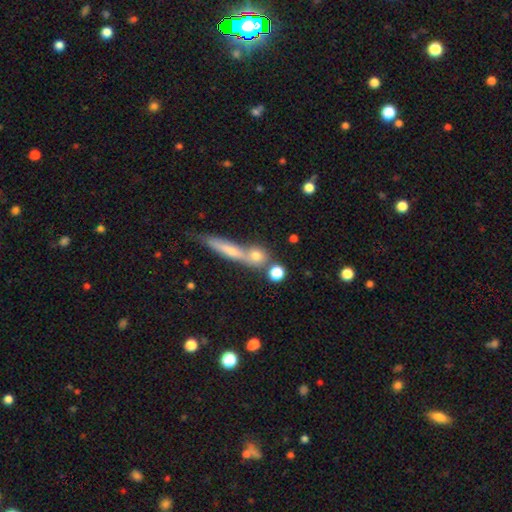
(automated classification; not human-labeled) Smooth or featured: smooth — 71% (featured or disk — 18%)
How rounded: round — 66% (cigar-shaped — 19%)
Merging: none — 53% (merger — 34%)